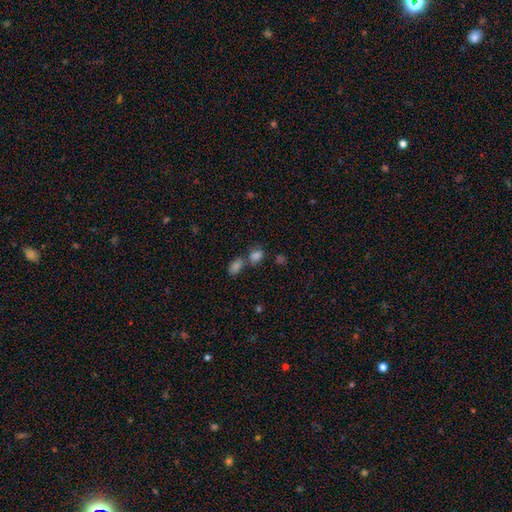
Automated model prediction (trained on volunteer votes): A smooth galaxy with no disk features (79%) that is in between round and cigar-shaped (76%).

Vote fractions:
- Smooth or featured? smooth: 79% / star or artifact: 14% / featured or disk: 7%
- How rounded? in between: 76% / round: 22% / cigar-shaped: 2%
- Merging? merger: 44% / none: 40% / minor disturbance: 11% / major disturbance: 5%